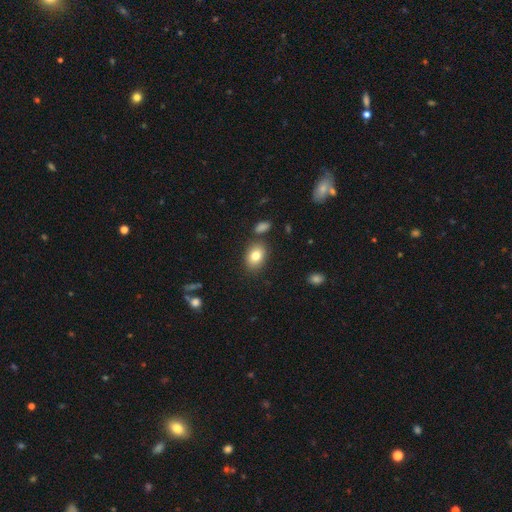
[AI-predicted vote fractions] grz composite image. It shows a smooth galaxy with no disk features (81%) that is in between round and cigar-shaped (75%). Merging: none (79%).